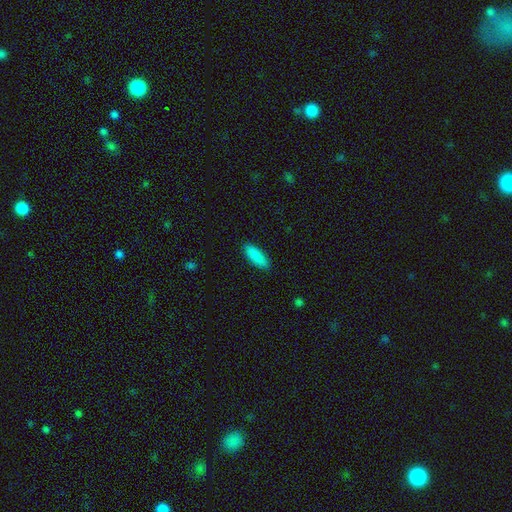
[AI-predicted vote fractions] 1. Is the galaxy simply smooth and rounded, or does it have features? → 89% smooth, 6% star or artifact, 4% featured or disk.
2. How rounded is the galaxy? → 58% in between, 40% cigar-shaped, 2% round.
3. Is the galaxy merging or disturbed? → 89% none, 8% minor disturbance, 2% major disturbance, 1% merger.